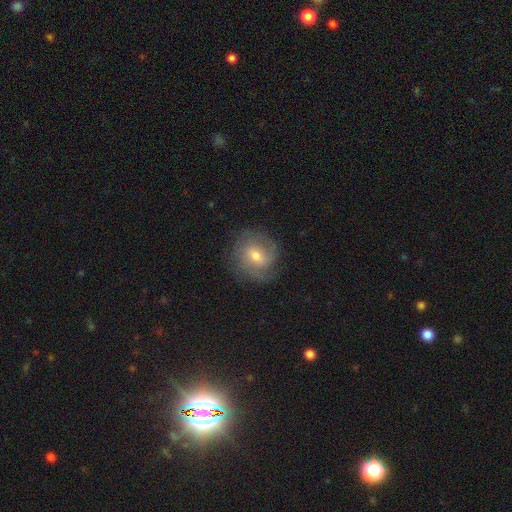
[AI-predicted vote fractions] smooth_or_featured: featured or disk (p=0.63) [alt: smooth p=0.29]
disk_edge_on: no (p=0.97) [alt: yes p=0.03]
bar: weak (p=0.49) [alt: no p=0.38]
has_spiral_arms: yes (p=0.87) [alt: no p=0.13]
spiral_winding: tight (p=0.43) [alt: medium p=0.40]
spiral_arm_count: 2 (p=0.42) [alt: can't tell p=0.27]
bulge_size: moderate (p=0.55) [alt: small p=0.39]
merging: none (p=0.76) [alt: minor disturbance p=0.16]